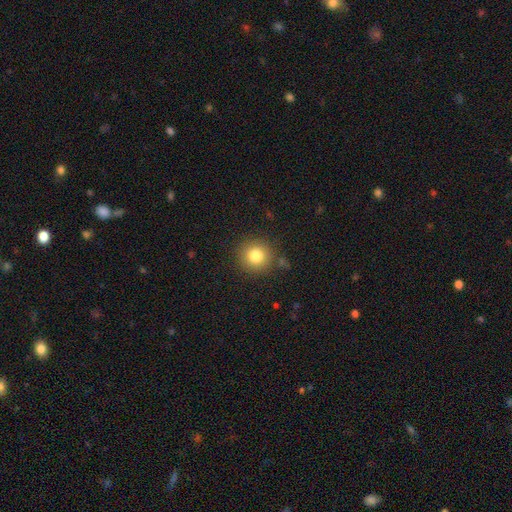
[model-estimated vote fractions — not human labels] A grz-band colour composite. It shows a smooth galaxy with no disk features (81%) that is round (93%). Merging: none (86%).